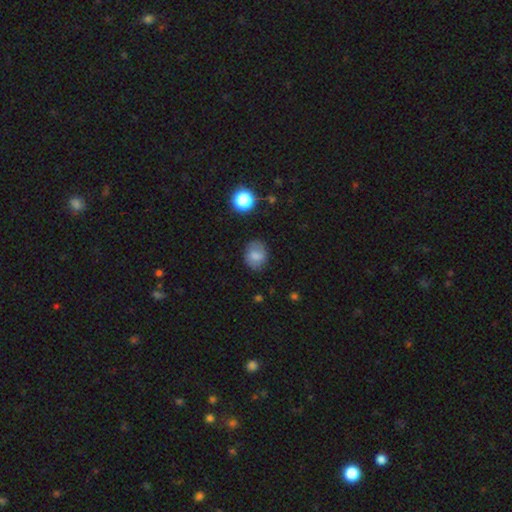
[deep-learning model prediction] Smooth or featured: smooth — 72% (featured or disk — 18%)
How rounded: round — 55% (in between — 44%)
Merging: none — 76% (minor disturbance — 18%)